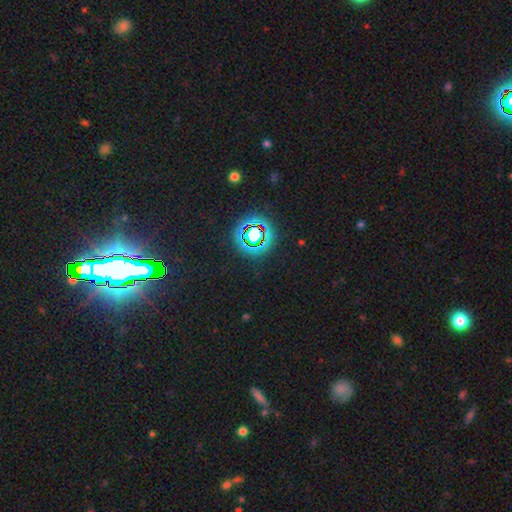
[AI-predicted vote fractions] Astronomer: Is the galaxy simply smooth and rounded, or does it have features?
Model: star or artifact — 79%.